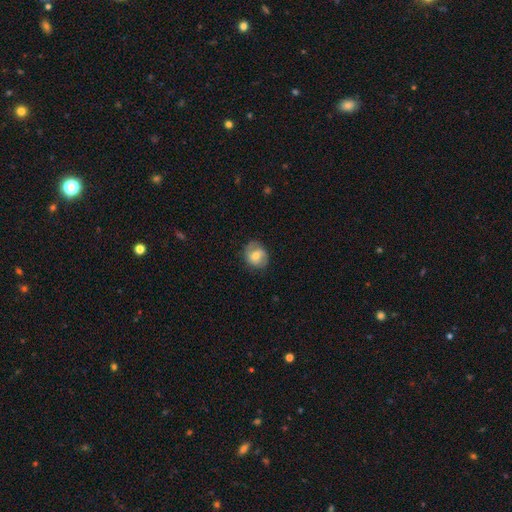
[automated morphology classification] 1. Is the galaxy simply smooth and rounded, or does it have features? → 53% smooth, 39% featured or disk, 8% star or artifact.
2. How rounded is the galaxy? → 66% round, 33% in between, 1% cigar-shaped.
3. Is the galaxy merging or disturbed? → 72% none, 20% minor disturbance, 6% major disturbance, 1% merger.